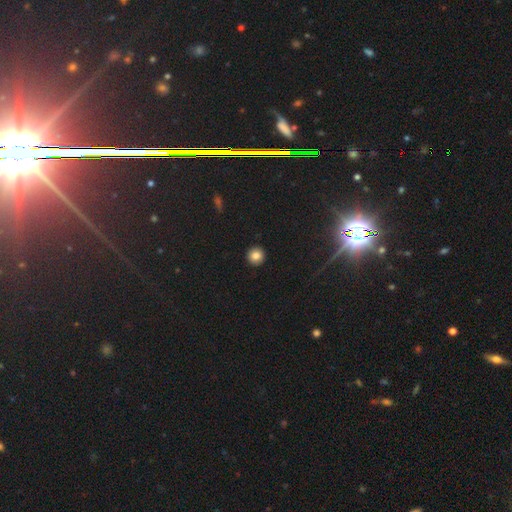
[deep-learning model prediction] A smooth galaxy with no disk features (83%) that is round (95%). Merging: none (93%).